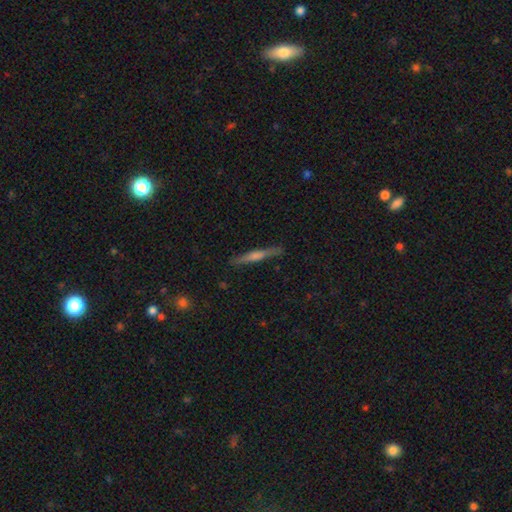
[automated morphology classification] smooth_or_featured: featured or disk (p=0.59) [alt: smooth p=0.34]
disk_edge_on: yes (p=0.97) [alt: no p=0.03]
edge_on_bulge: rounded (p=0.58) [alt: none p=0.22]
merging: none (p=0.88) [alt: minor disturbance p=0.08]